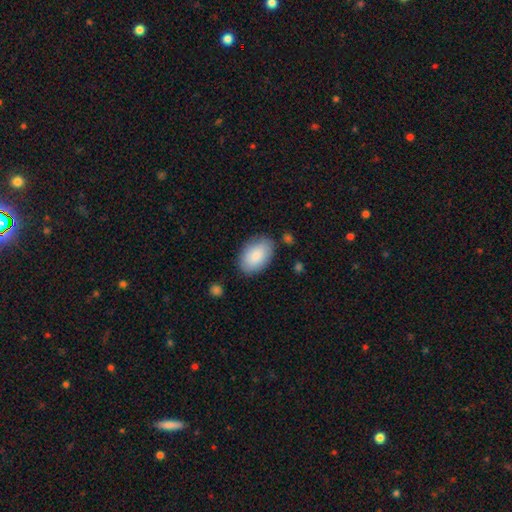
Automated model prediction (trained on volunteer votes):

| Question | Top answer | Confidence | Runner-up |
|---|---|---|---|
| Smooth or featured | smooth | 87% | featured or disk (8%) |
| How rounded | in between | 92% | round (7%) |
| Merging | none | 82% | minor disturbance (13%) |